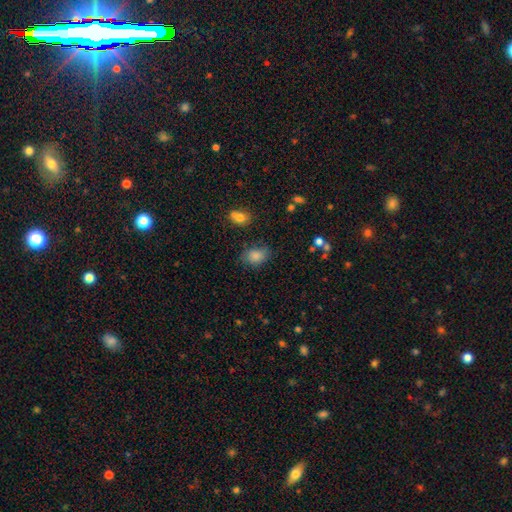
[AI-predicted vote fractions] The model was most divided on "how rounded": in between: 71%, round: 27%, cigar-shaped: 1%. More confident: smooth or featured — smooth (84%); merging — none (73%).